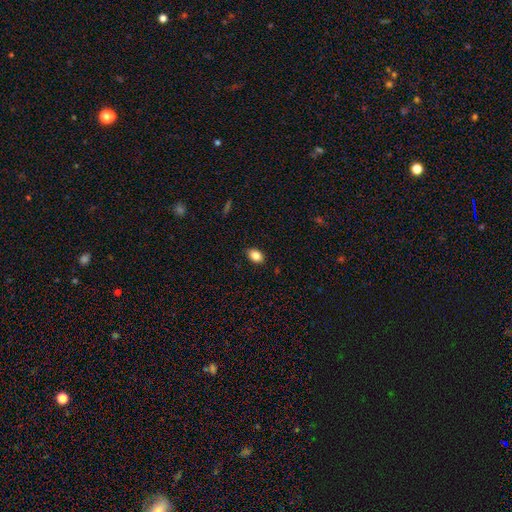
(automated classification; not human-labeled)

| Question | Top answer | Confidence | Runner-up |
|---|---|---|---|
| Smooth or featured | smooth | 86% | star or artifact (9%) |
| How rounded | in between | 85% | round (14%) |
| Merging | none | 87% | minor disturbance (10%) |